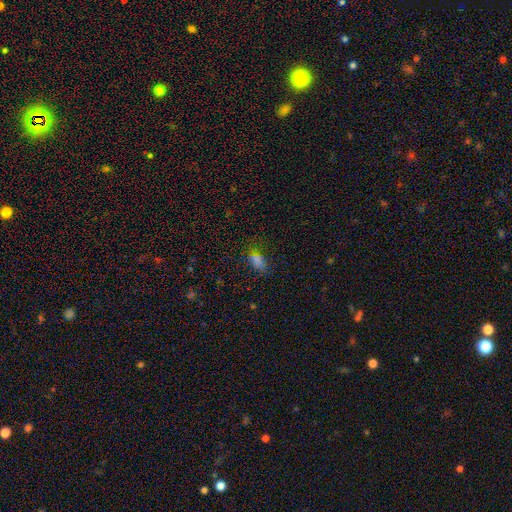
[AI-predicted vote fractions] Smooth or featured: smooth — 68% (star or artifact — 24%)
How rounded: in between — 83% (round — 9%)
Merging: none — 71% (minor disturbance — 19%)